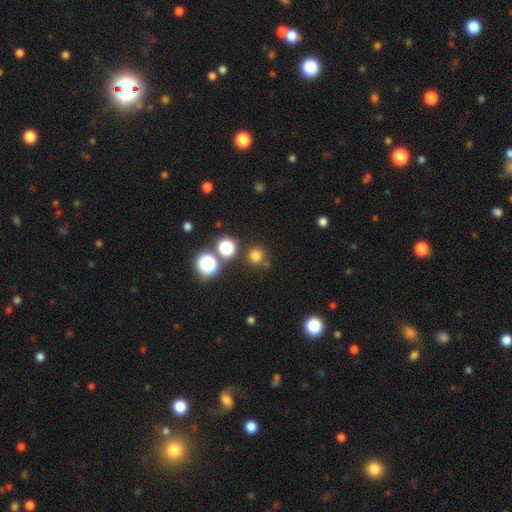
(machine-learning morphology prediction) Smooth or featured: smooth — 73% (star or artifact — 22%)
How rounded: round — 94% (in between — 5%)
Merging: none — 83% (minor disturbance — 7%)